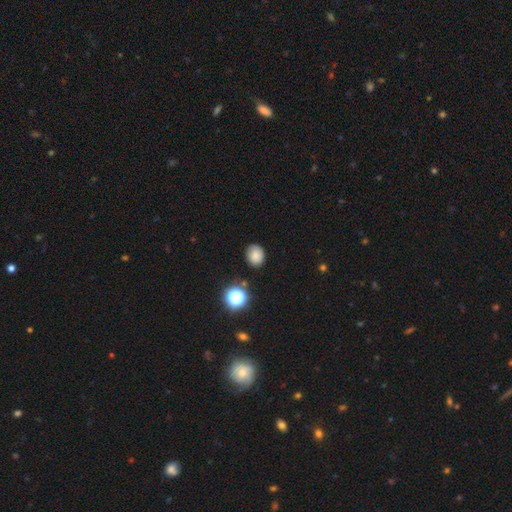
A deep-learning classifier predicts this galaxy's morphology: The model was most divided on "how rounded": round: 60%, in between: 39%, cigar-shaped: 1%. More confident: smooth or featured — smooth (81%); merging — none (80%).